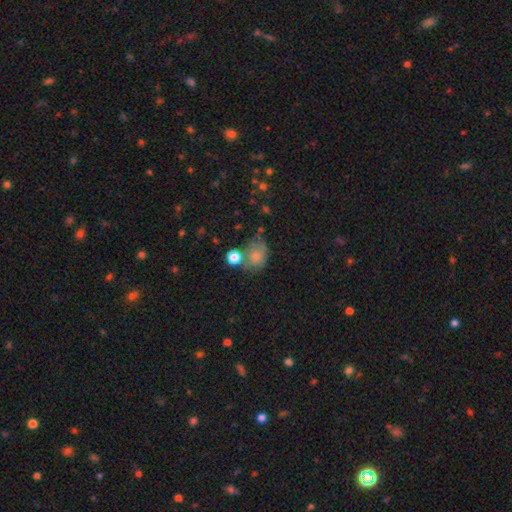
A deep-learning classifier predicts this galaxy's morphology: A smooth galaxy with no disk features (73%) that is round (50%).

Vote fractions:
- Smooth or featured? smooth: 73% / featured or disk: 16% / star or artifact: 11%
- How rounded? round: 50% / in between: 49% / cigar-shaped: 1%
- Merging? none: 37% / minor disturbance: 24% / merger: 23% / major disturbance: 16%